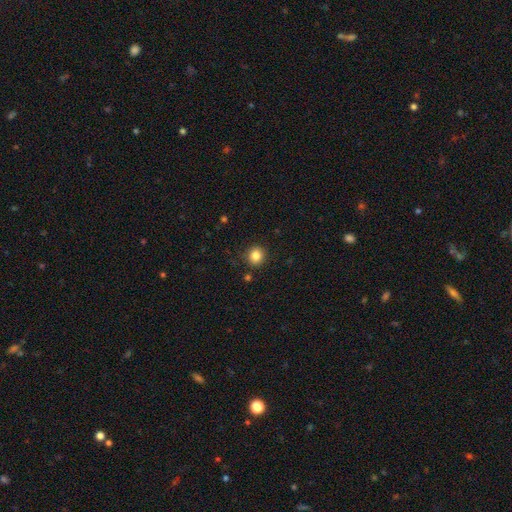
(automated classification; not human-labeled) This is clearly a smooth galaxy (84%). How rounded: clearly round (89%). Merging: clearly none (89%).